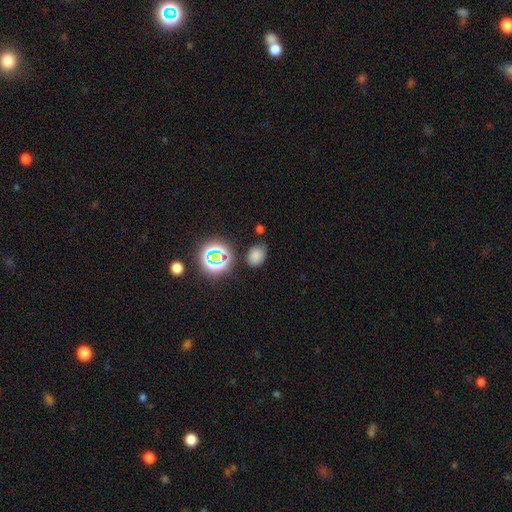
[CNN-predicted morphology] The model was most divided on "how rounded": in between: 67%, round: 32%, cigar-shaped: 1%. More confident: merging — none (75%); smooth or featured — smooth (71%).